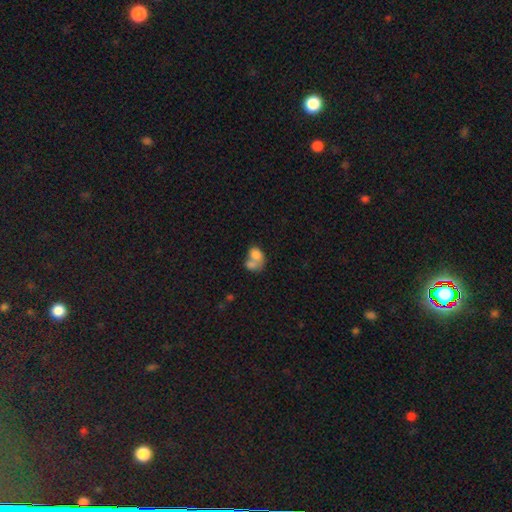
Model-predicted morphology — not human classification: Smooth or featured: smooth — 75% (featured or disk — 16%)
How rounded: in between — 73% (round — 25%)
Merging: merger — 69% (none — 17%)